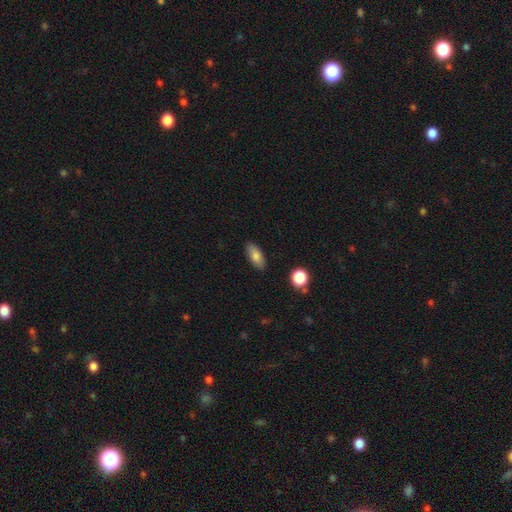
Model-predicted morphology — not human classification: Smooth or featured?
  - smooth: 80% *
  - featured or disk: 12%
  - star or artifact: 8%
How rounded?
  - in between: 84% *
  - cigar-shaped: 12%
  - round: 3%
Merging?
  - none: 87% *
  - minor disturbance: 9%
  - major disturbance: 2%
  - merger: 2%